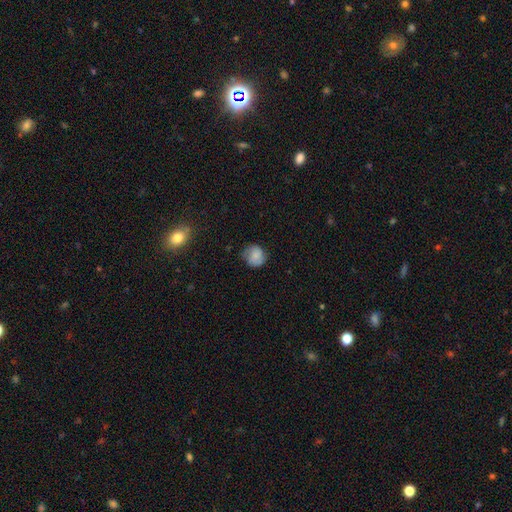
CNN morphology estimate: Q: Smooth or featured?
A: smooth (71%); runner-up: featured or disk (20%)
Q: How rounded?
A: round (84%); runner-up: in between (15%)
Q: Merging?
A: none (69%); runner-up: minor disturbance (23%)